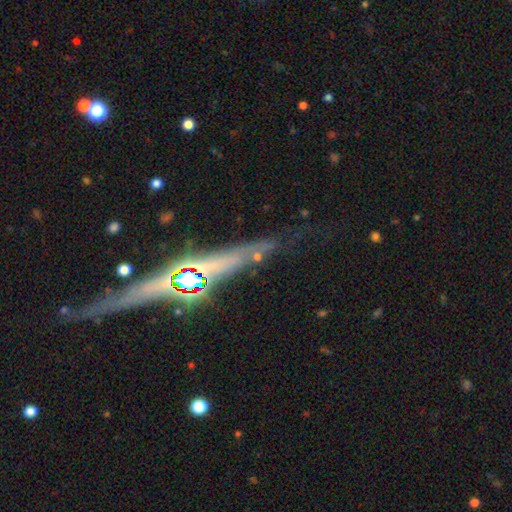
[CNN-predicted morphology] A star or artifact, not a galaxy (44%).

Vote fractions:
- Smooth or featured? star or artifact: 44% / smooth: 32% / featured or disk: 24%